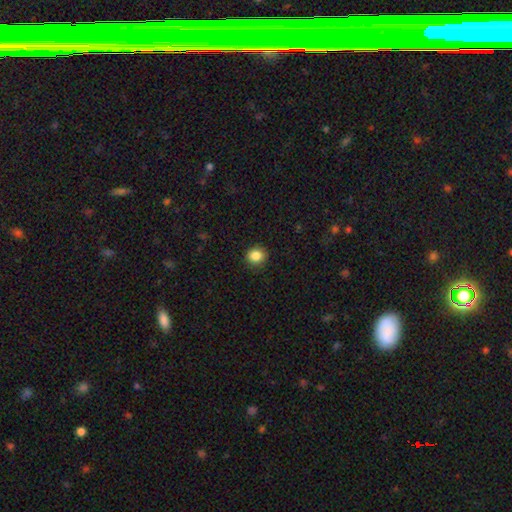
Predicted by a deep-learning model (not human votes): Smooth or featured?
  - smooth: 86% *
  - star or artifact: 10%
  - featured or disk: 4%
How rounded?
  - round: 80% *
  - in between: 20%
  - cigar-shaped: 1%
Merging?
  - none: 89% *
  - minor disturbance: 8%
  - major disturbance: 2%
  - merger: 1%